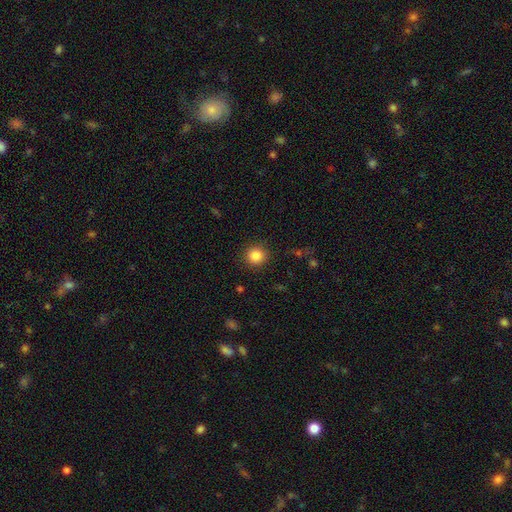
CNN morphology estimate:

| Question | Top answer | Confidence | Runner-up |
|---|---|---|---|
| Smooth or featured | smooth | 86% | star or artifact (10%) |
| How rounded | round | 92% | in between (7%) |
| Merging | none | 90% | minor disturbance (6%) |